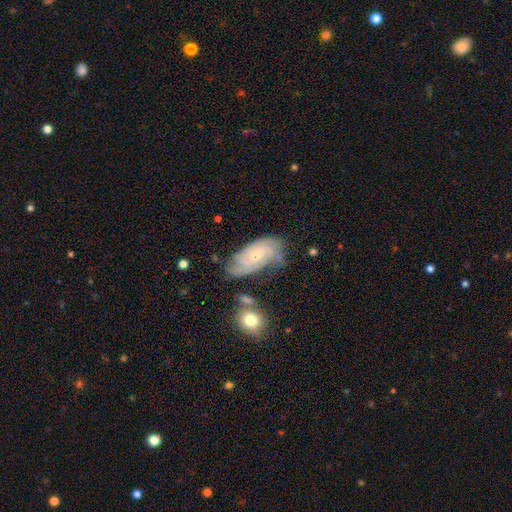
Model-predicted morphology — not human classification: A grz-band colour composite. It shows a featured or disk galaxy (74%) with no bar (65%), tight (60%) spiral arms (92%) and a small central bulge (62%). Merging: none (62%).